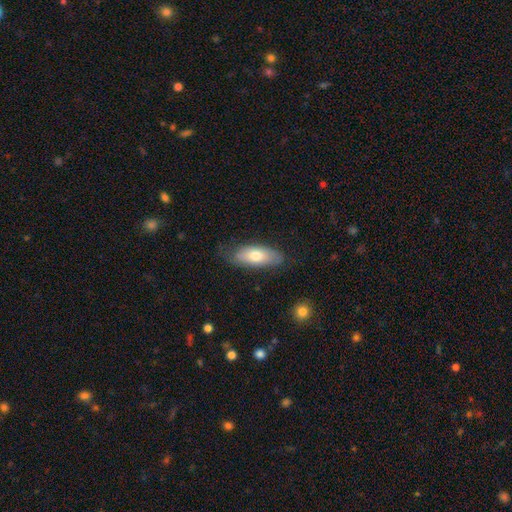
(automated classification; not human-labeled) Q: Smooth or featured?
A: smooth (70%); runner-up: featured or disk (24%)
Q: How rounded?
A: in between (81%); runner-up: cigar-shaped (16%)
Q: Merging?
A: none (70%); runner-up: minor disturbance (23%)